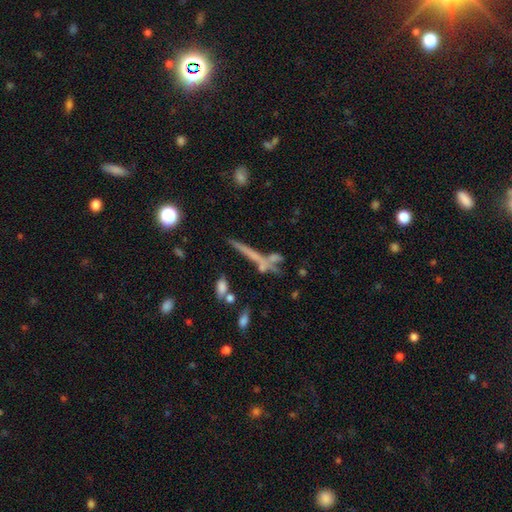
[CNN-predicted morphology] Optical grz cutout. It shows a featured or disk galaxy (47%). Merging: none (64%).